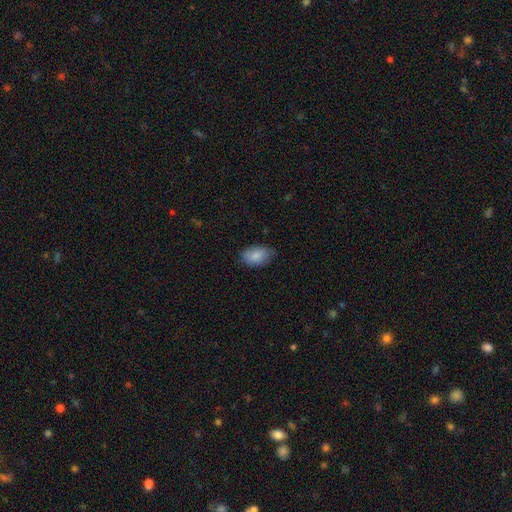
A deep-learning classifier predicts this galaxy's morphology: Smooth or featured?
  - smooth: 84% *
  - featured or disk: 9%
  - star or artifact: 7%
How rounded?
  - in between: 89% *
  - round: 10%
  - cigar-shaped: 1%
Merging?
  - none: 72% *
  - minor disturbance: 23%
  - major disturbance: 4%
  - merger: 1%